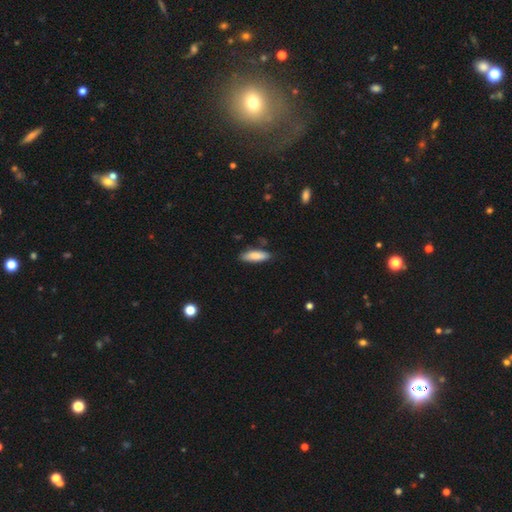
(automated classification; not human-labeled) Morphology: type=smooth (84%); roundness=in between (53%); merging=none (80%).